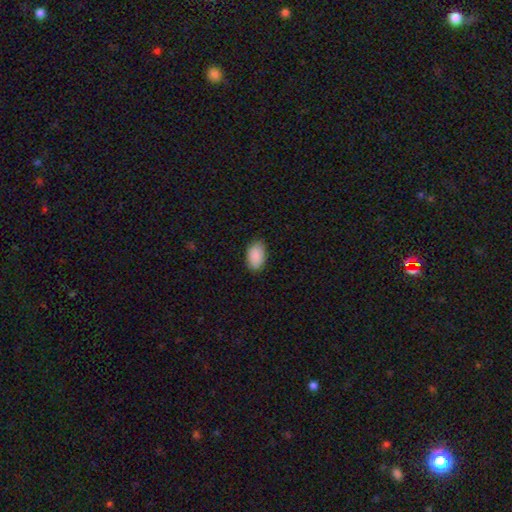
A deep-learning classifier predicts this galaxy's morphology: smooth-or-featured: smooth: 89% | star or artifact: 6% | featured or disk: 5%
  how-rounded: in between: 93% | round: 6% | cigar-shaped: 1%
  merging: none: 85% | minor disturbance: 12% | major disturbance: 2% | merger: 1%